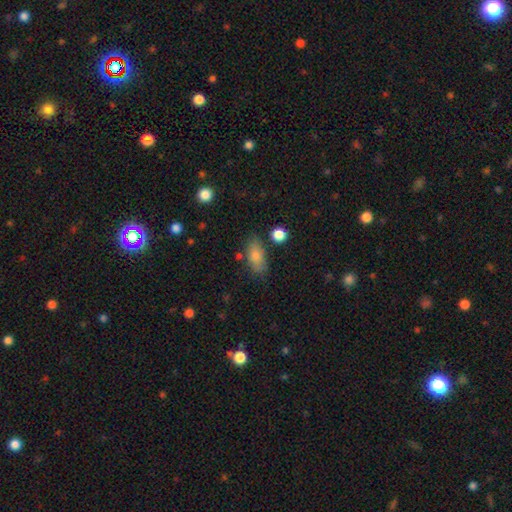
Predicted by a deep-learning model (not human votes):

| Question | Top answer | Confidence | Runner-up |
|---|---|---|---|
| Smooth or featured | smooth | 78% | featured or disk (12%) |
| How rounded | in between | 83% | cigar-shaped (11%) |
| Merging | none | 76% | minor disturbance (16%) |